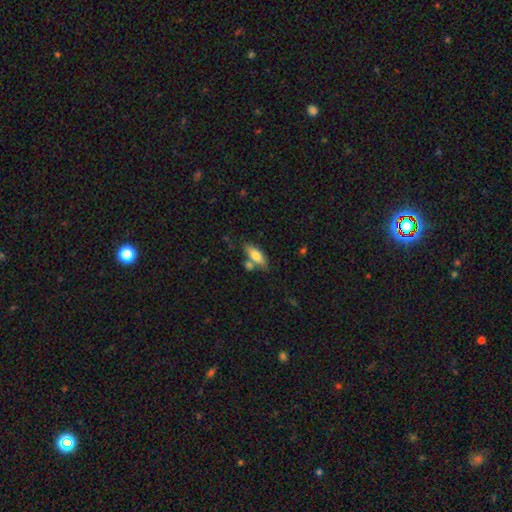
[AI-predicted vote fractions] Smooth or featured? smooth (67%)
How rounded? in between (63%)
Merging? none (65%)